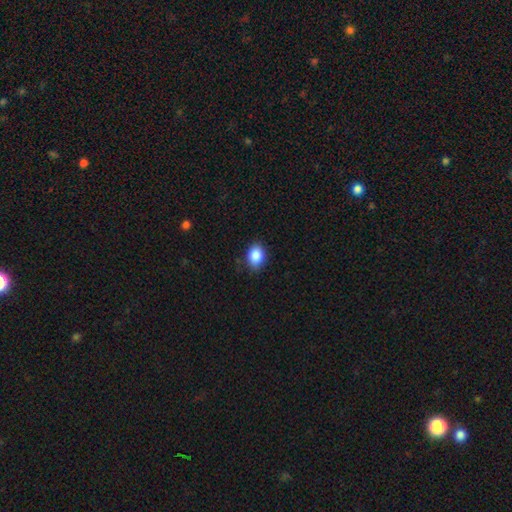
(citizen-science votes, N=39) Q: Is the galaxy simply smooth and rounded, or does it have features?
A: smooth — 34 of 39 (87%).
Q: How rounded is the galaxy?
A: in between — 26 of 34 (76%).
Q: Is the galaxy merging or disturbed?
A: none — 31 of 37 (84%).